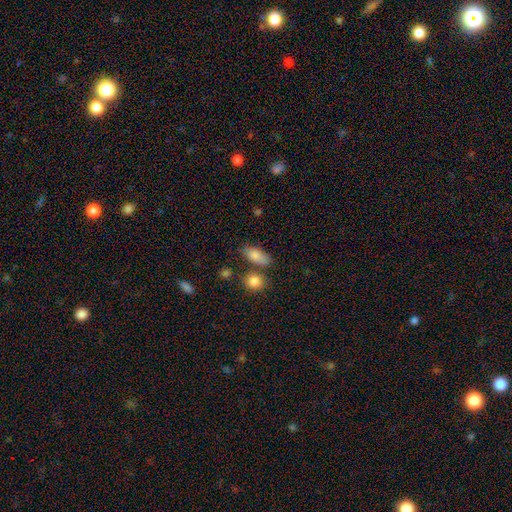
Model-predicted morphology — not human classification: A smooth galaxy with no disk features (84%) that is in between round and cigar-shaped (82%). Merging: none (64%).